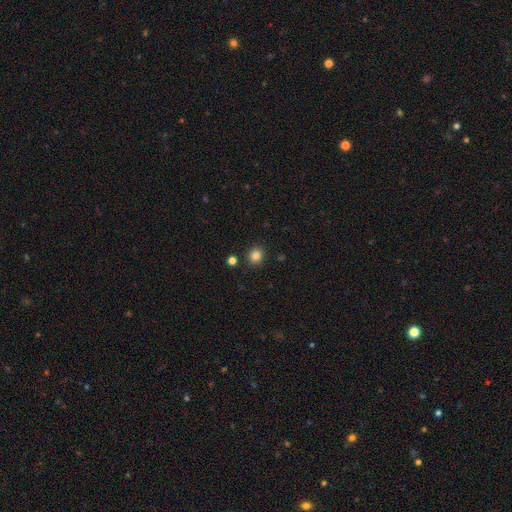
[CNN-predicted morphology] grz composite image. It shows a smooth galaxy with no disk features (83%) that is round (86%). Merging: none (89%).